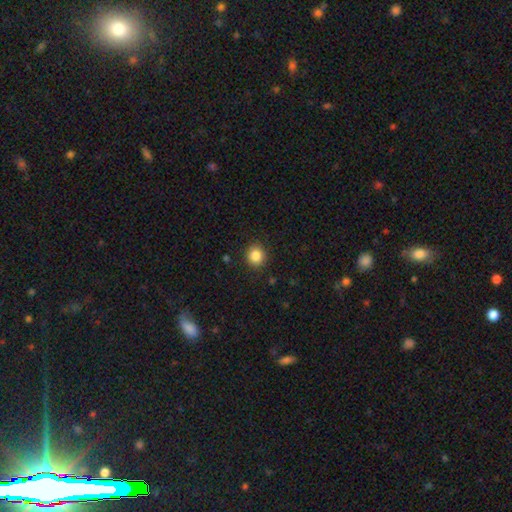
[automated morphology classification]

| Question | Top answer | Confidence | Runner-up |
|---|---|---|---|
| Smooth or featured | smooth | 86% | star or artifact (10%) |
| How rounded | round | 86% | in between (13%) |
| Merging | none | 90% | minor disturbance (7%) |